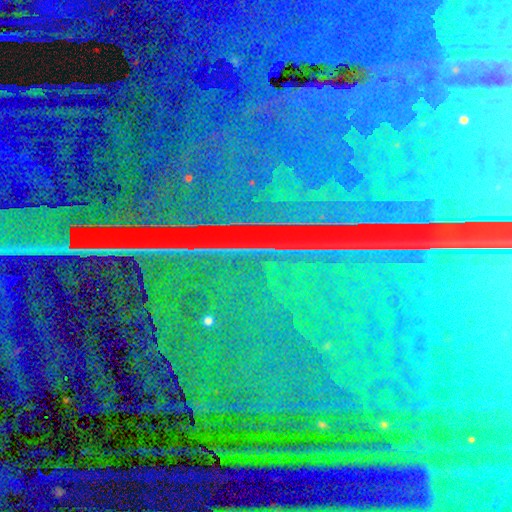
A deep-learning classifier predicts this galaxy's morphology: The model was most divided on "smooth or featured": star or artifact: 87%, featured or disk: 8%, smooth: 5%.